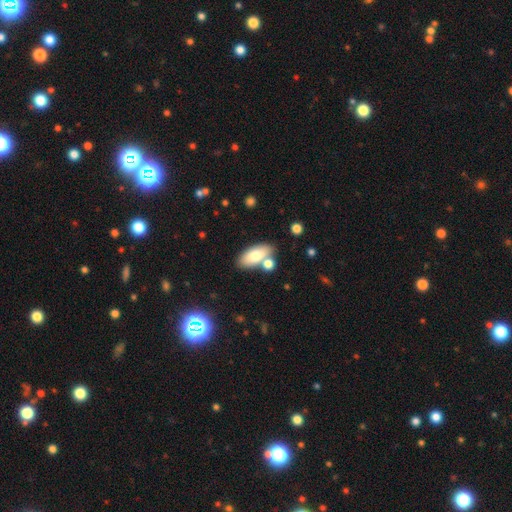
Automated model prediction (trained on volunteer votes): Q: Smooth or featured?
A: smooth (73%); runner-up: featured or disk (19%)
Q: How rounded?
A: in between (85%); runner-up: cigar-shaped (11%)
Q: Merging?
A: none (66%); runner-up: merger (18%)